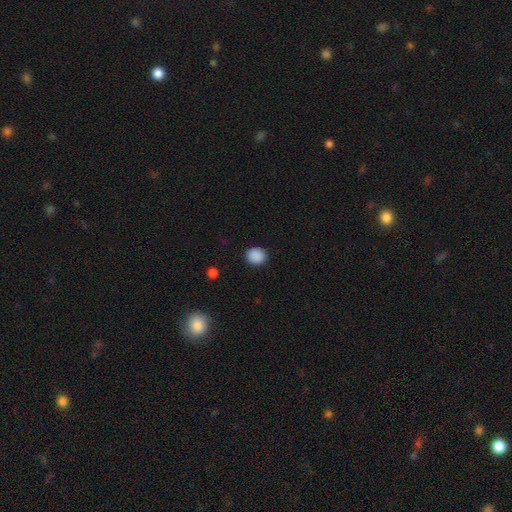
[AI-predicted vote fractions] Smooth or featured?
  - smooth: 89% *
  - star or artifact: 9%
  - featured or disk: 2%
How rounded?
  - round: 76% *
  - in between: 24%
  - cigar-shaped: 1%
Merging?
  - none: 90% *
  - minor disturbance: 7%
  - major disturbance: 2%
  - merger: 1%